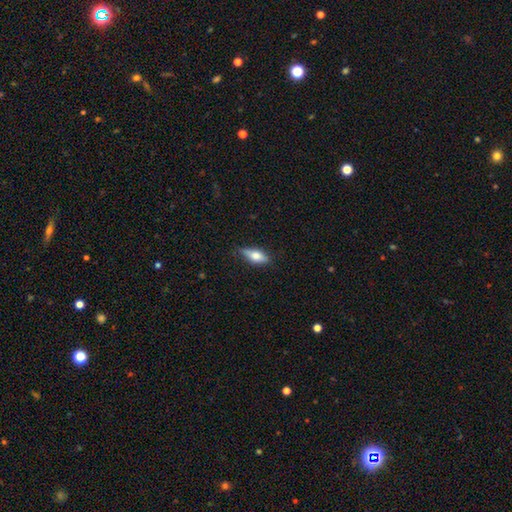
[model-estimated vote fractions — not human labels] Morphology: type=smooth (63%); roundness=in between (68%); merging=none (75%).